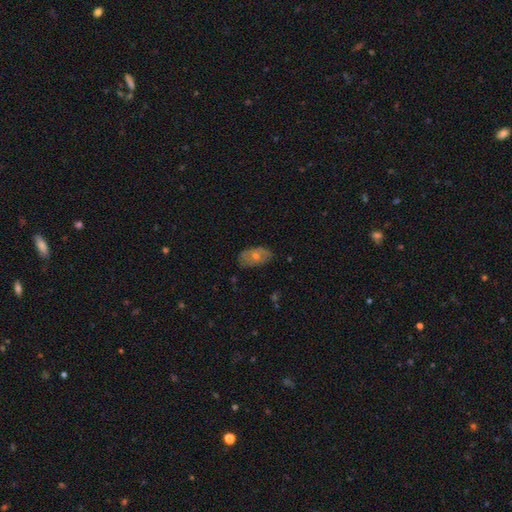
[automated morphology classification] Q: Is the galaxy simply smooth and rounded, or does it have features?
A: featured or disk — 48%.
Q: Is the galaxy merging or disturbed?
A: none — 77%.